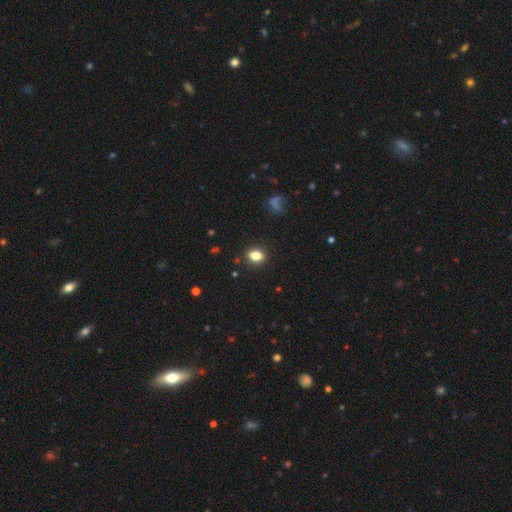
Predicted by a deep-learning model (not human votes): smooth 83%, star or artifact 10%, featured or disk 7%. Down the decision tree: how rounded — in between (67%); merging — none (88%).